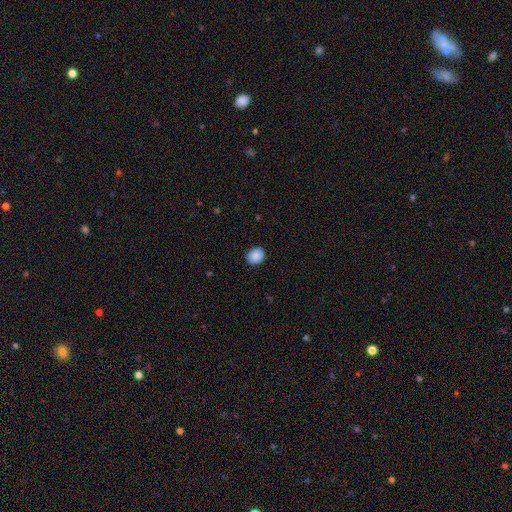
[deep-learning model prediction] Smooth or featured? smooth (89%)
How rounded? round (72%)
Merging? none (91%)